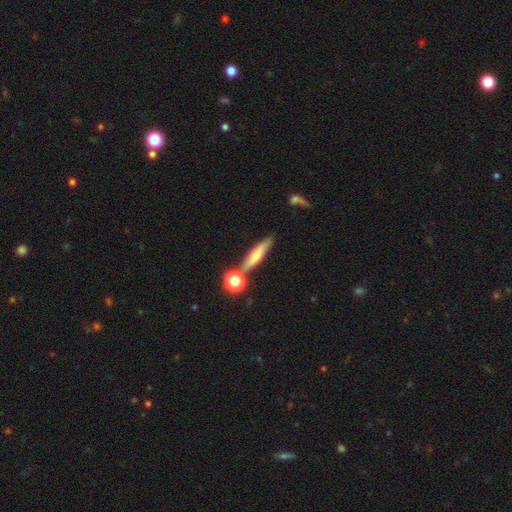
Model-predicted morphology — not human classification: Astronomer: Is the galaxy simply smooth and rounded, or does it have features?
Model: smooth — 58%.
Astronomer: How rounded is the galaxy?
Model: cigar-shaped — 77%.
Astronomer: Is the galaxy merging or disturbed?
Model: none — 70%.